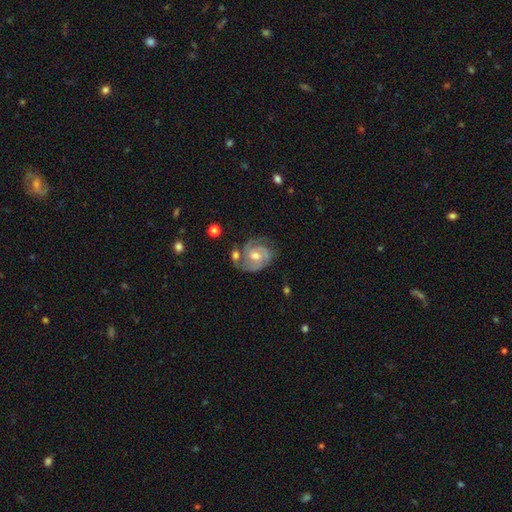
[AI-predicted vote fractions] Smooth or featured? featured or disk (85%)
Edge-on disk? no (98%)
Bar? no (54%)
Spiral arms? yes (96%)
Spiral winding? tight (59%)
Spiral arm count? 2 (50%)
Bulge size? moderate (69%)
Merging? none (64%)